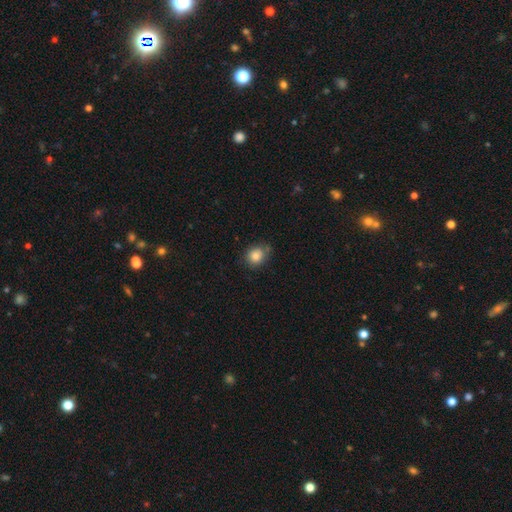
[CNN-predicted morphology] This appears to be a smooth galaxy with no disk features (83%) that is round (71%). Merging: none (67%).